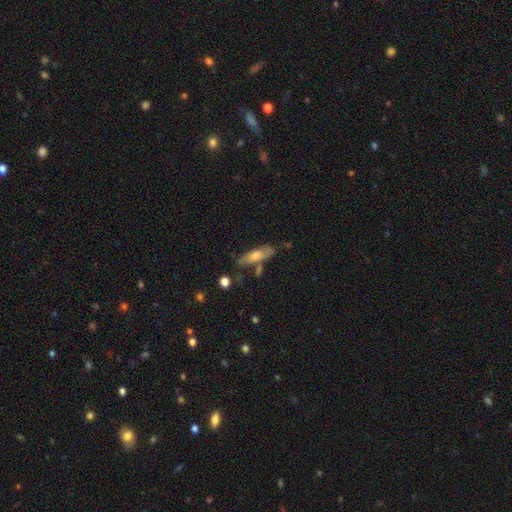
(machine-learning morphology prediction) smooth_or_featured: smooth (p=0.53) [alt: featured or disk p=0.40]
how_rounded: cigar-shaped (p=0.56) [alt: in between p=0.42]
merging: none (p=0.60) [alt: minor disturbance p=0.22]